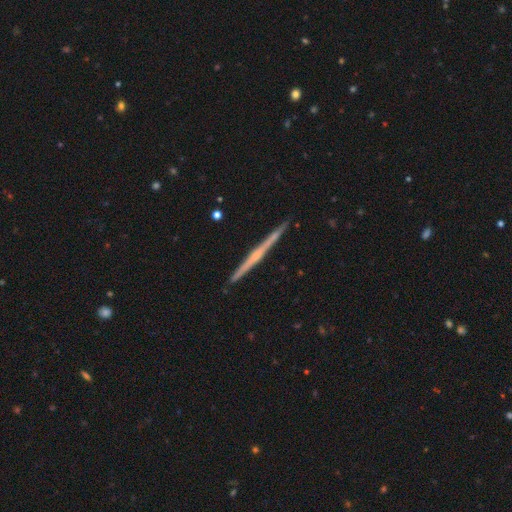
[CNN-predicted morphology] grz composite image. It shows a featured or disk galaxy (74%) viewed edge-on (99%) with no central bulge (51%). Merging: none (92%).